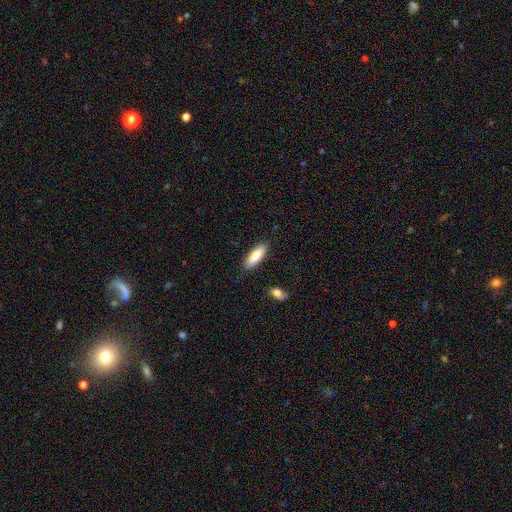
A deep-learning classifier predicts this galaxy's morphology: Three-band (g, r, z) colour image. It shows a smooth galaxy with no disk features (86%) that is in between round and cigar-shaped (60%). Merging: none (87%).